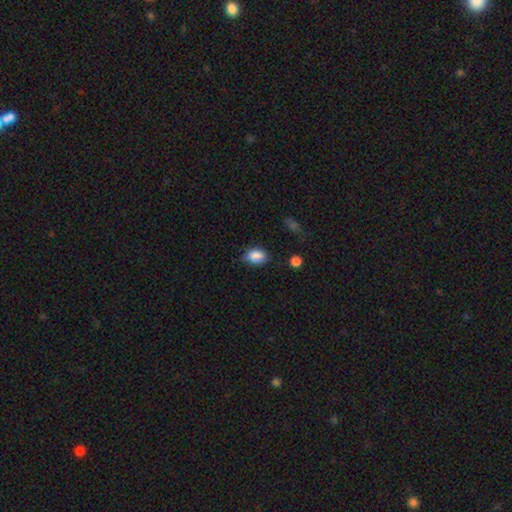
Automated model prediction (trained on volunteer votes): smooth 85%, star or artifact 9%, featured or disk 6%. Down the decision tree: how rounded — in between (78%); merging — none (64%).